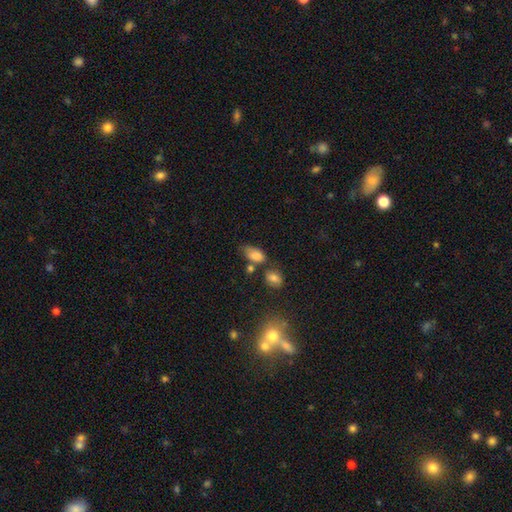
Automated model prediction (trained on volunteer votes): Morphology: type=smooth (81%); roundness=in between (89%); merging=none (45%).